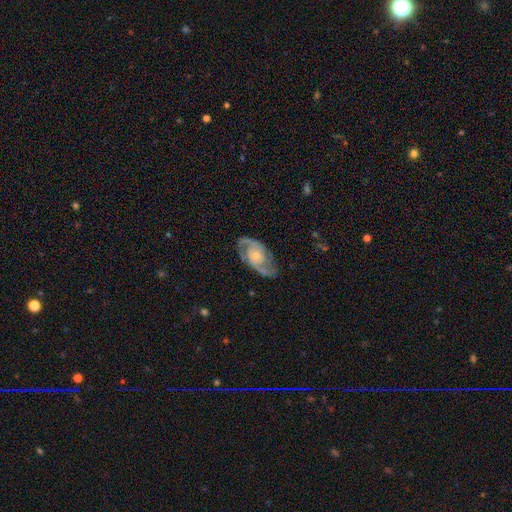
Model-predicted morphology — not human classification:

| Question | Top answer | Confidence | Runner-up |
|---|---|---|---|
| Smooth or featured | featured or disk | 84% | smooth (10%) |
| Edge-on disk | no | 96% | yes (4%) |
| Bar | no | 65% | weak (28%) |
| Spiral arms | yes | 95% | no (5%) |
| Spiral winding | medium | 52% | tight (27%) |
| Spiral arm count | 2 | 88% | can't tell (5%) |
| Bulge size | small | 54% | moderate (33%) |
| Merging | none | 76% | minor disturbance (15%) |